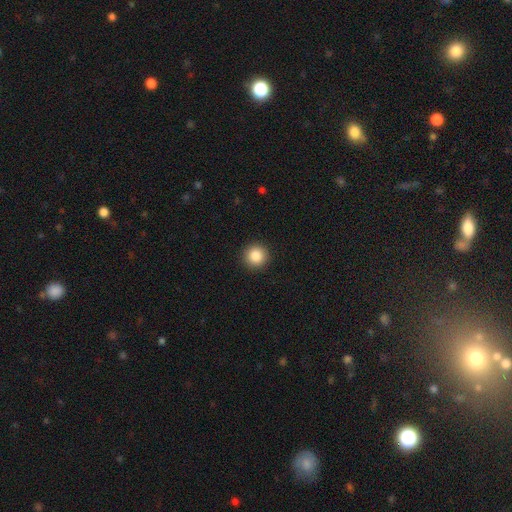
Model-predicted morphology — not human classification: Overall: smooth (86%). How rounded: round (96%). Merging: none (93%).